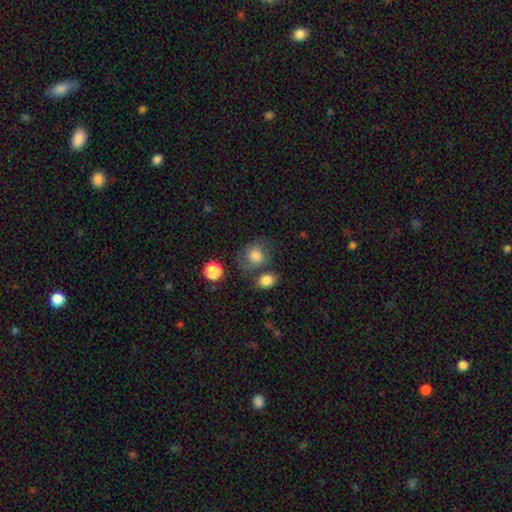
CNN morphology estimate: This appears to be a smooth galaxy with no disk features (71%) that is round (70%). Merging: none (51%).